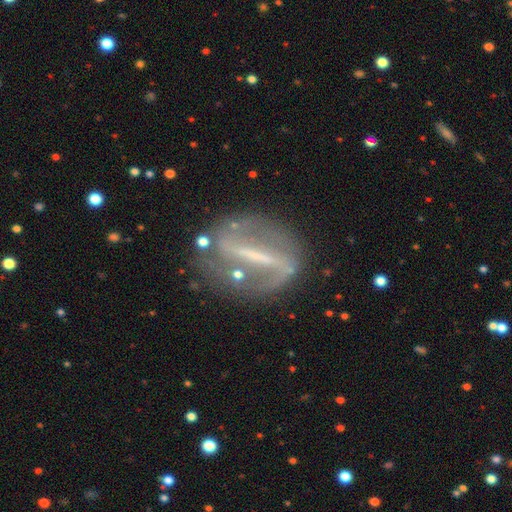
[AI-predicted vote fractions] Overall: featured or disk (80%). Edge-on disk: no (84%). Bar: strong (81%). Spiral arms: yes (64%; no 36%). Bulge size: small (45%; none 35%). Merging: none (72%).